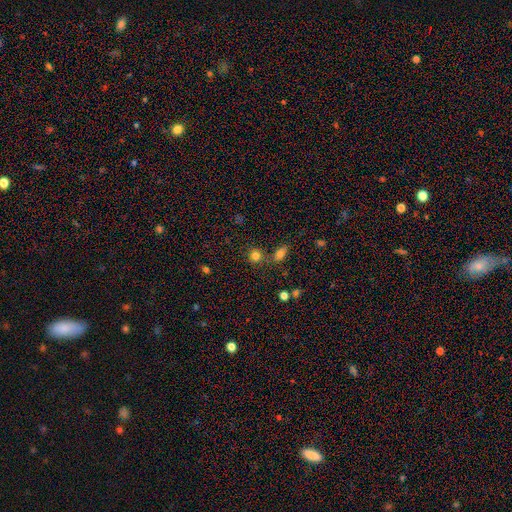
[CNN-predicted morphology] Overall: smooth (81%). How rounded: round (84%). Merging: none (69%).